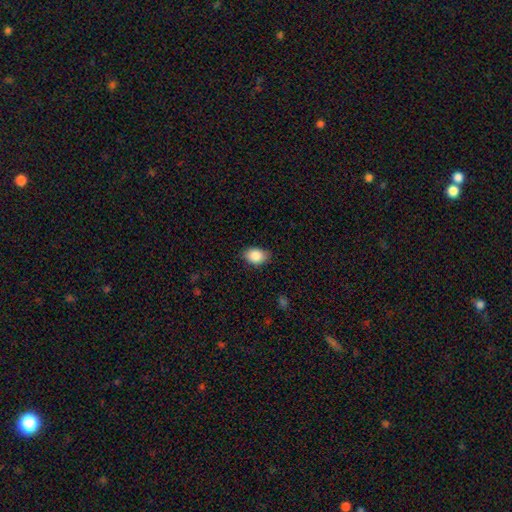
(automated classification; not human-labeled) A smooth galaxy with no disk features (87%) that is in between round and cigar-shaped (77%).

Vote fractions:
- Smooth or featured? smooth: 87% / star or artifact: 8% / featured or disk: 5%
- How rounded? in between: 77% / round: 21% / cigar-shaped: 1%
- Merging? none: 82% / minor disturbance: 14% / major disturbance: 3% / merger: 1%